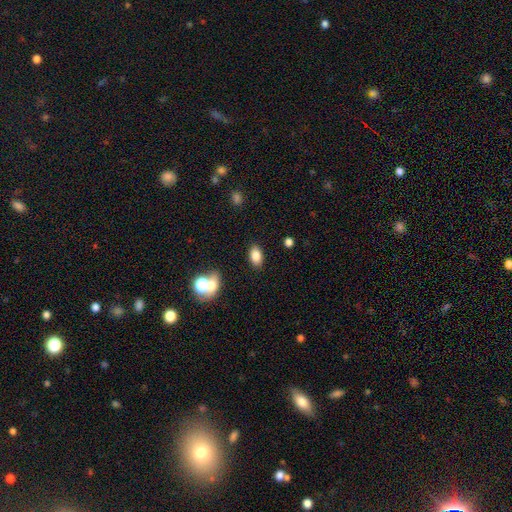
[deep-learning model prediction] A smooth galaxy with no disk features (82%) that is in between round and cigar-shaped (89%).

Vote fractions:
- Smooth or featured? smooth: 82% / star or artifact: 10% / featured or disk: 7%
- How rounded? in between: 89% / round: 9% / cigar-shaped: 2%
- Merging? none: 85% / minor disturbance: 9% / merger: 4% / major disturbance: 3%